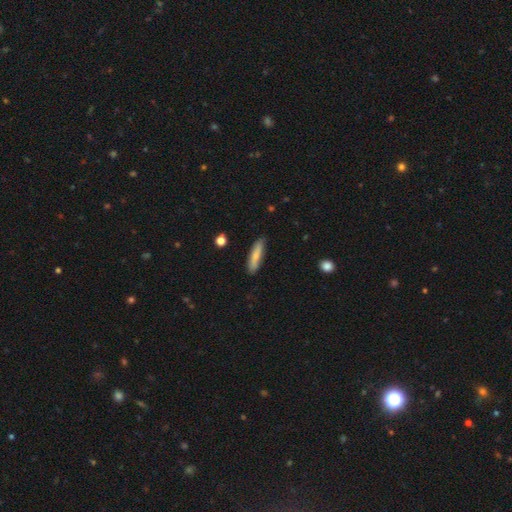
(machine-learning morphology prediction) type=smooth (76%); roundness=cigar-shaped (80%); merging=none (85%).